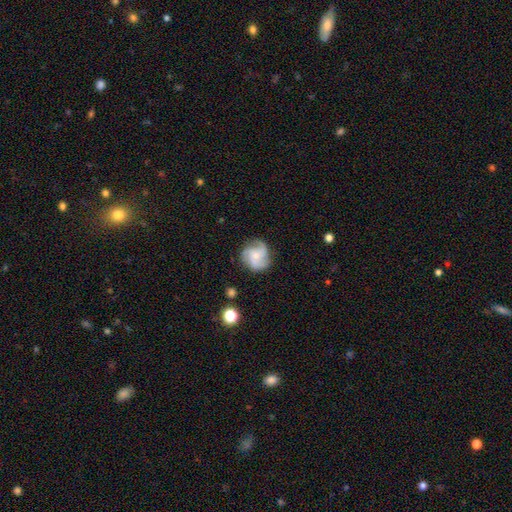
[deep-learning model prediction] featured or disk 69%, smooth 23%, star or artifact 7%. Down the decision tree: edge-on disk — no (98%); bar — no (71%); spiral arms — yes (93%); spiral arm count — 3 (62%); spiral winding — medium (47%); bulge size — small (60%); merging — none (73%).